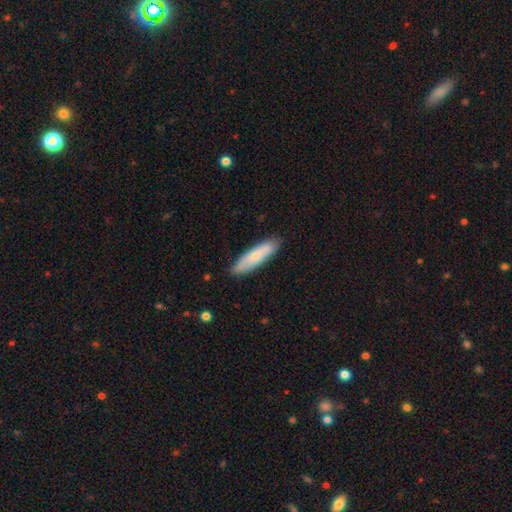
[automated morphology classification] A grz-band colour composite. It shows a smooth galaxy with no disk features (74%) that is cigar-shaped (71%). Merging: none (86%).